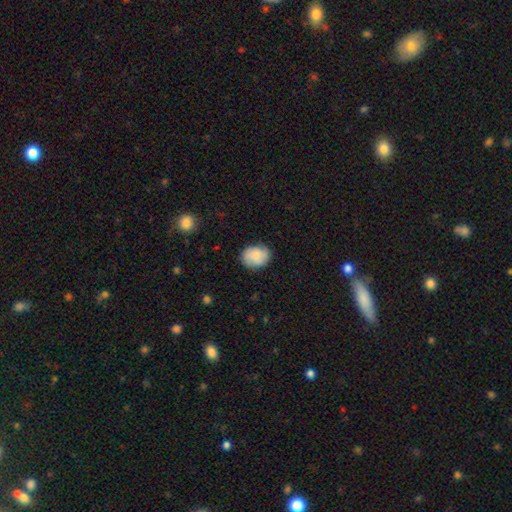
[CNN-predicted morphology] Smooth or featured?
  - smooth: 76% *
  - featured or disk: 17%
  - star or artifact: 7%
How rounded?
  - round: 51% *
  - in between: 48%
  - cigar-shaped: 1%
Merging?
  - none: 78% *
  - minor disturbance: 17%
  - major disturbance: 4%
  - merger: 1%